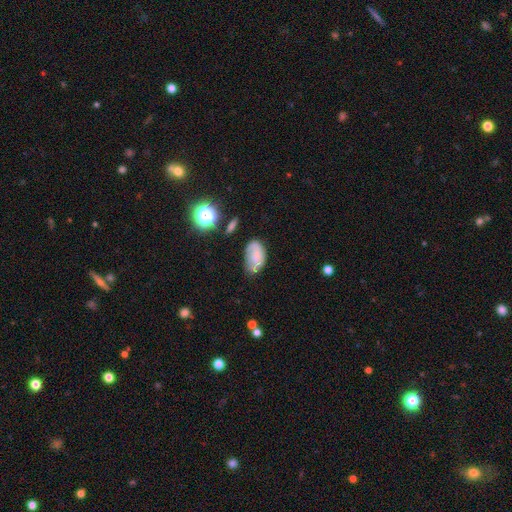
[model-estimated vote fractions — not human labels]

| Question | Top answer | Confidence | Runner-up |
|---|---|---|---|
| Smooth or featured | smooth | 46% | featured or disk (43%) |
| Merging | none | 52% | minor disturbance (28%) |